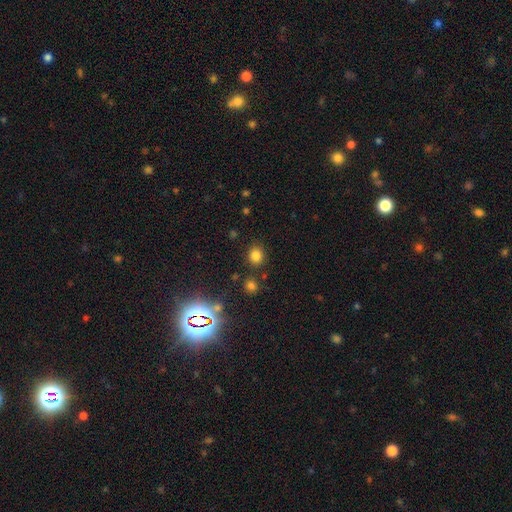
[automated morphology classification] Overall: smooth (78%). How rounded: round (76%). Merging: none (84%).